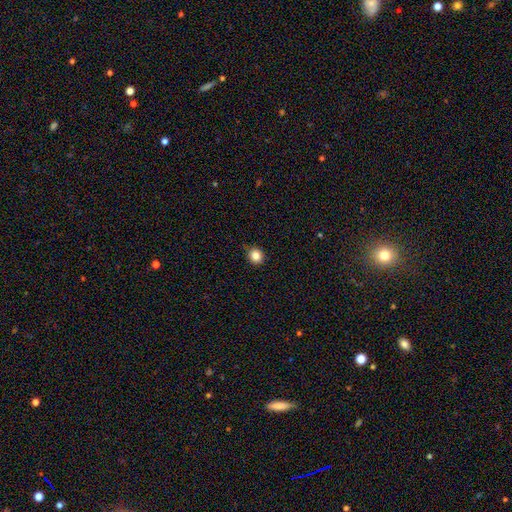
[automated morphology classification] smooth-or-featured: smooth: 85% | star or artifact: 11% | featured or disk: 5%
  how-rounded: round: 87% | in between: 12% | cigar-shaped: 1%
  merging: none: 89% | minor disturbance: 8% | major disturbance: 2% | merger: 1%